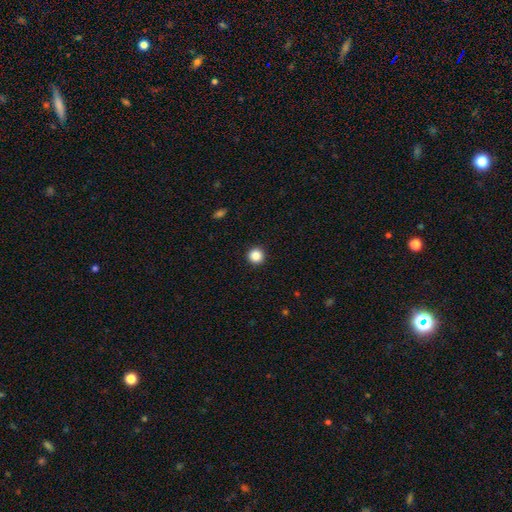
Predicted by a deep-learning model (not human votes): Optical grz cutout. It shows a smooth galaxy with no disk features (87%) that is round (96%). Merging: none (93%).